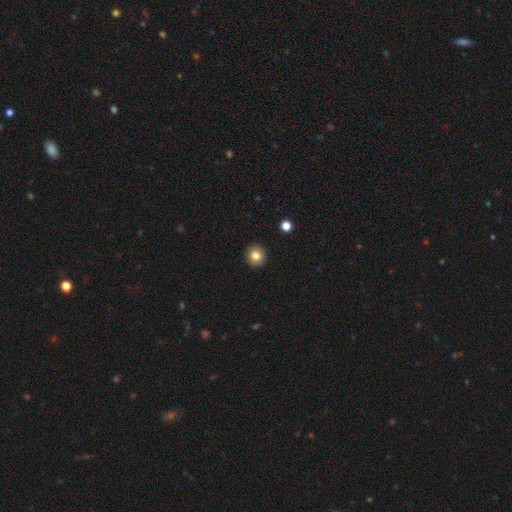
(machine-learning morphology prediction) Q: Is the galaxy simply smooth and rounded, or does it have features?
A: smooth — 82%.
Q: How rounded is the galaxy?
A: round — 92%.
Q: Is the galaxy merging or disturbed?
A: none — 93%.